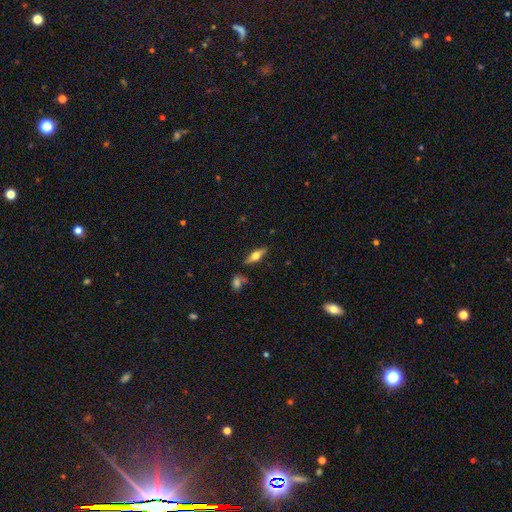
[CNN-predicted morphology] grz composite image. It shows a featured or disk galaxy (54%) viewed edge-on (92%). Merging: none (82%).